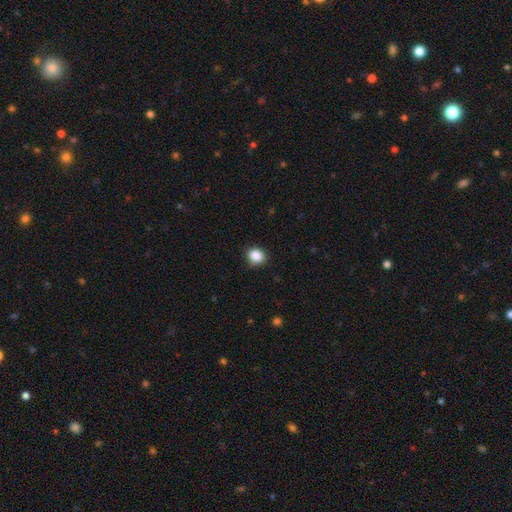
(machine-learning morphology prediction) smooth-or-featured: smooth: 87% | star or artifact: 10% | featured or disk: 3%
  how-rounded: round: 59% | in between: 40% | cigar-shaped: 1%
  merging: none: 85% | minor disturbance: 12% | major disturbance: 2% | merger: 1%